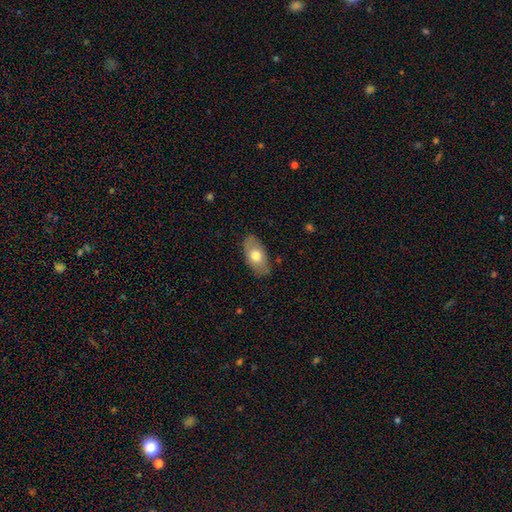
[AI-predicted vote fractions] Overall: smooth (68%). How rounded: in between (92%). Merging: none (81%).